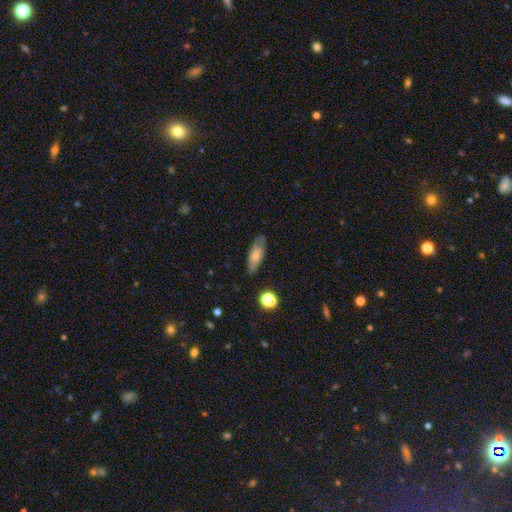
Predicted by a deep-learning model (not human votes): smooth_or_featured: smooth (p=0.68) [alt: featured or disk p=0.24]
how_rounded: in between (p=0.70) [alt: cigar-shaped p=0.27]
merging: none (p=0.77) [alt: minor disturbance p=0.17]